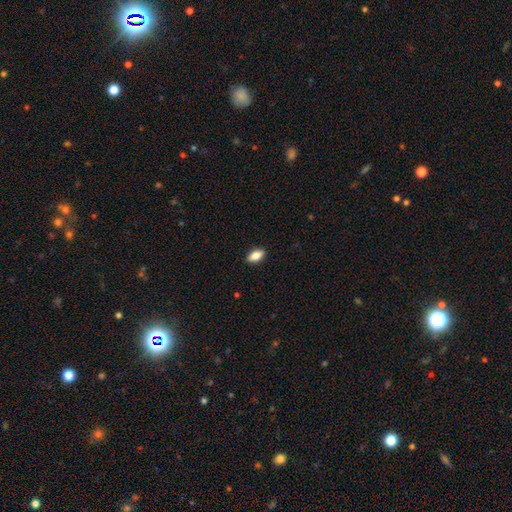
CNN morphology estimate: Smooth or featured?
  - smooth: 83% *
  - featured or disk: 10%
  - star or artifact: 7%
How rounded?
  - in between: 90% *
  - cigar-shaped: 6%
  - round: 4%
Merging?
  - none: 90% *
  - minor disturbance: 8%
  - major disturbance: 2%
  - merger: 1%